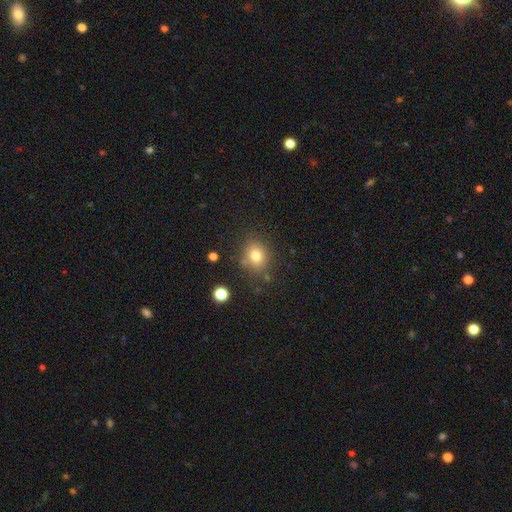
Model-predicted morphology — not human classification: The model was most divided on "how rounded": round: 62%, in between: 37%, cigar-shaped: 1%. More confident: smooth or featured — smooth (79%); merging — none (76%).